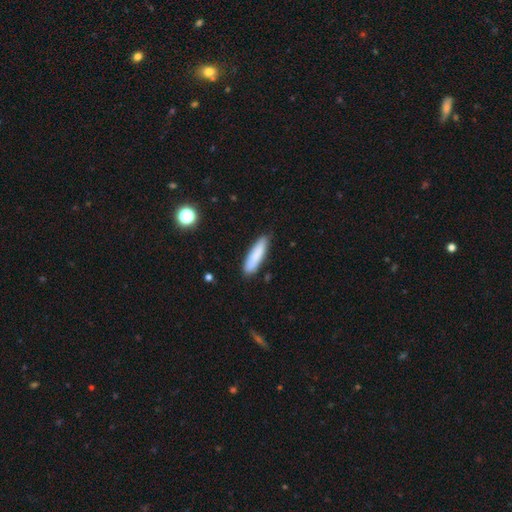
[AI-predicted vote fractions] Smooth or featured?
  - smooth: 84% *
  - featured or disk: 10%
  - star or artifact: 6%
How rounded?
  - cigar-shaped: 70% *
  - in between: 28%
  - round: 1%
Merging?
  - none: 84% *
  - minor disturbance: 13%
  - major disturbance: 2%
  - merger: 2%